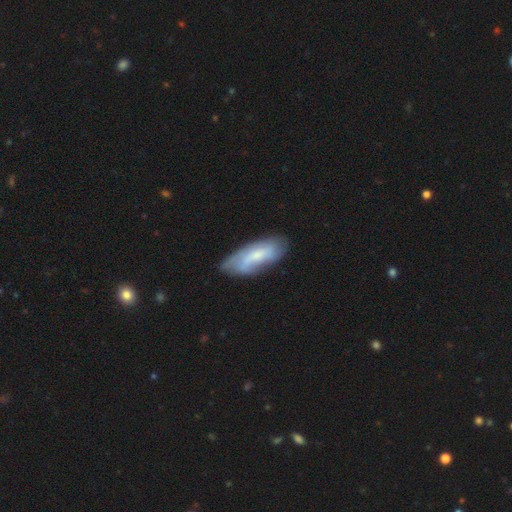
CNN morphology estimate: Smooth or featured? smooth (48%)
Merging? none (61%)